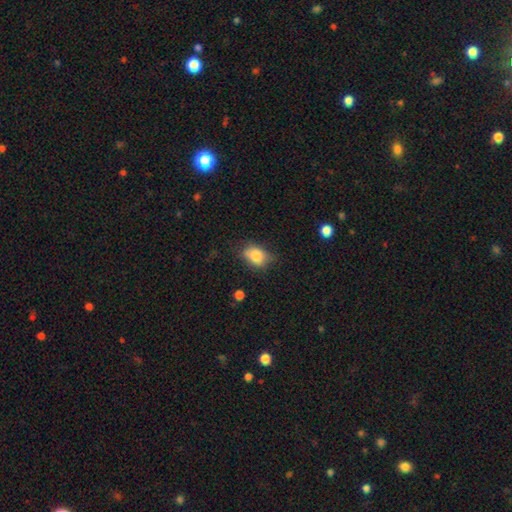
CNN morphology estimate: smooth-or-featured: smooth: 81% | featured or disk: 10% | star or artifact: 9%
  how-rounded: in between: 70% | round: 29% | cigar-shaped: 2%
  merging: none: 64% | minor disturbance: 26% | major disturbance: 7% | merger: 3%